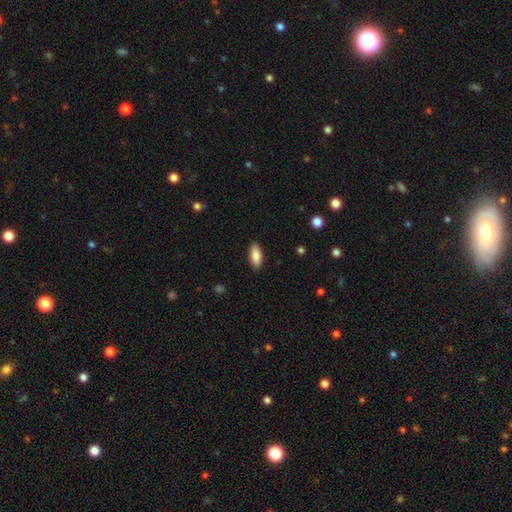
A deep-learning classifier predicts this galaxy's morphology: Smooth or featured: smooth — 85% (featured or disk — 8%)
How rounded: in between — 83% (cigar-shaped — 15%)
Merging: none — 88% (minor disturbance — 9%)